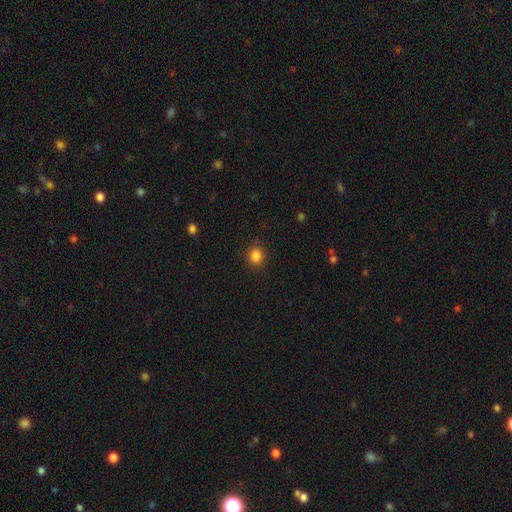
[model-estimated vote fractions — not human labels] Smooth or featured?
  - smooth: 85% *
  - star or artifact: 11%
  - featured or disk: 4%
How rounded?
  - round: 77% *
  - in between: 22%
  - cigar-shaped: 1%
Merging?
  - none: 88% *
  - minor disturbance: 8%
  - major disturbance: 3%
  - merger: 1%